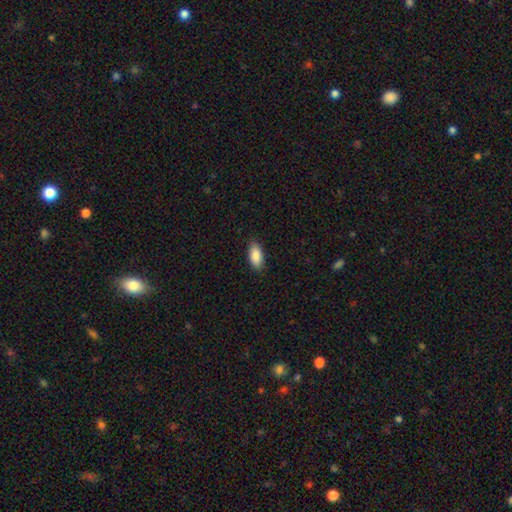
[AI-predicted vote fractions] Smooth or featured?
  - smooth: 88% *
  - star or artifact: 6%
  - featured or disk: 6%
How rounded?
  - in between: 90% *
  - cigar-shaped: 8%
  - round: 2%
Merging?
  - none: 86% *
  - minor disturbance: 11%
  - major disturbance: 2%
  - merger: 1%